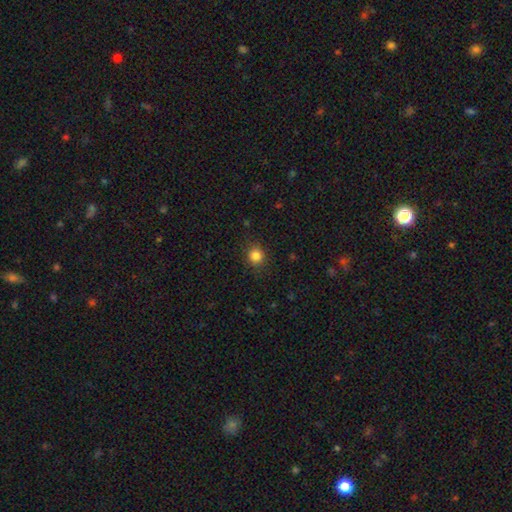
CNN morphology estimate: This appears to be a smooth galaxy with no disk features (84%) that is round (87%). Merging: none (88%).